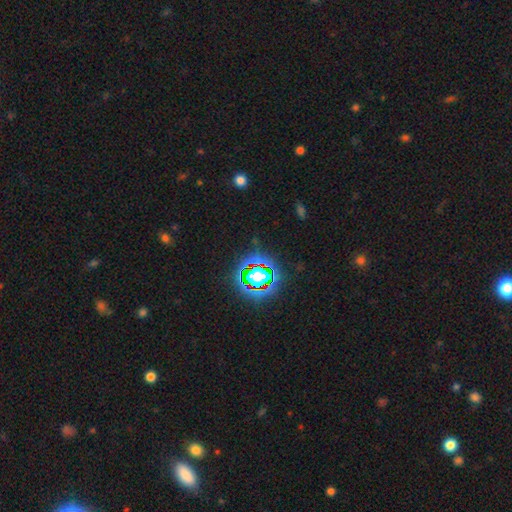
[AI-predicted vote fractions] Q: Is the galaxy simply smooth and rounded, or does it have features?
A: star or artifact — 76%.